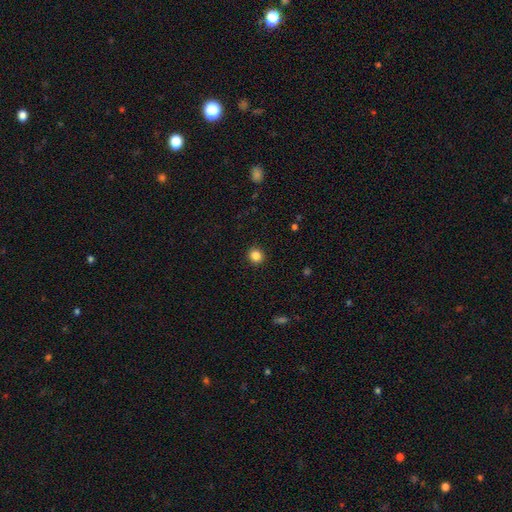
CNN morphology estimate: smooth 85%, star or artifact 11%, featured or disk 3%. Down the decision tree: how rounded — round (92%); merging — none (92%).